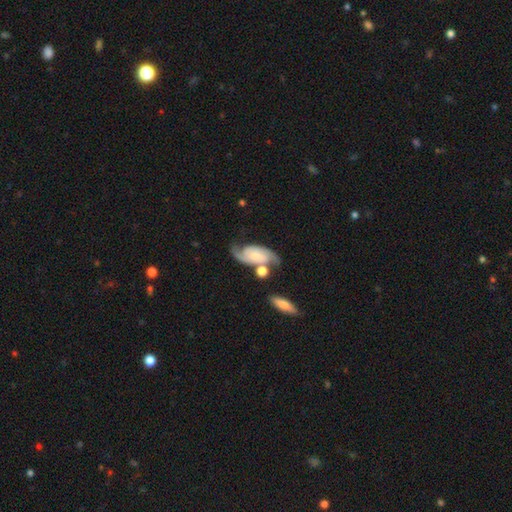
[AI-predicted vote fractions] A featured or disk galaxy (79%) with no bar (65%), 2 (88%) medium (46%) spiral arms (96%) and a small central bulge (46%).

Vote fractions:
- Smooth or featured? featured or disk: 79% / smooth: 15% / star or artifact: 6%
- Edge-on disk? no: 95% / yes: 5%
- Bar? no: 65% / weak: 27% / strong: 8%
- Spiral arms? yes: 96% / no: 4%
- Spiral winding? medium: 46% / loose: 28% / tight: 26%
- Spiral arm count? 2: 88% / can't tell: 4% / 1: 4% / 3: 2% / 4: 1% / more than 4: 1%
- Bulge size? small: 46% / moderate: 25% / none: 18% / large: 8% / dominant: 3%
- Merging? none: 53% / minor disturbance: 19% / merger: 18% / major disturbance: 10%